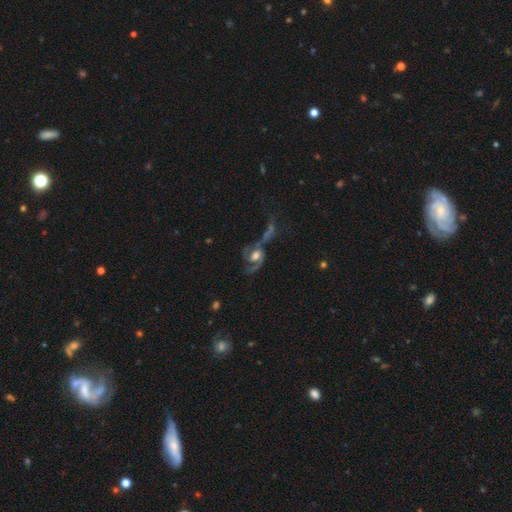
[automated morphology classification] Smooth or featured? featured or disk (78%)
Edge-on disk? no (96%)
Bar? no (55%)
Spiral arms? yes (89%)
Spiral winding? medium (46%)
Spiral arm count? 2 (79%)
Bulge size? moderate (52%)
Merging? none (32%)